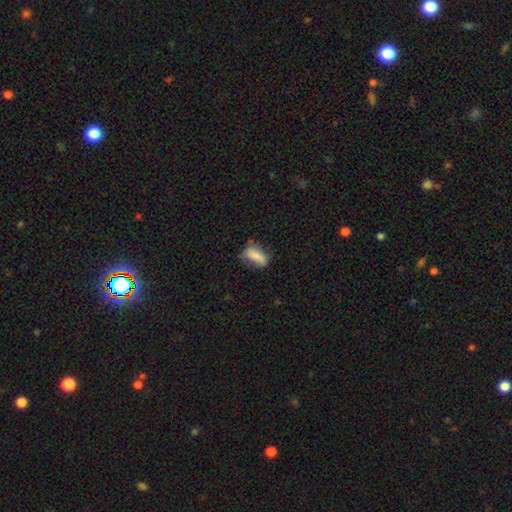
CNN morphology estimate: type=smooth (78%); roundness=in between (76%); merging=none (53%).